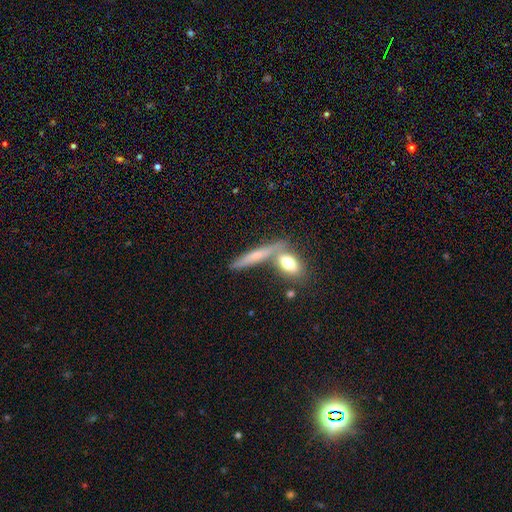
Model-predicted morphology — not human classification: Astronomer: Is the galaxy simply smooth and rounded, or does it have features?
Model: smooth — 57% (runner-up: featured or disk, 35%).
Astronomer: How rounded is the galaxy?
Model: cigar-shaped — 73%.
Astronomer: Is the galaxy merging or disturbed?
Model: none — 59%.